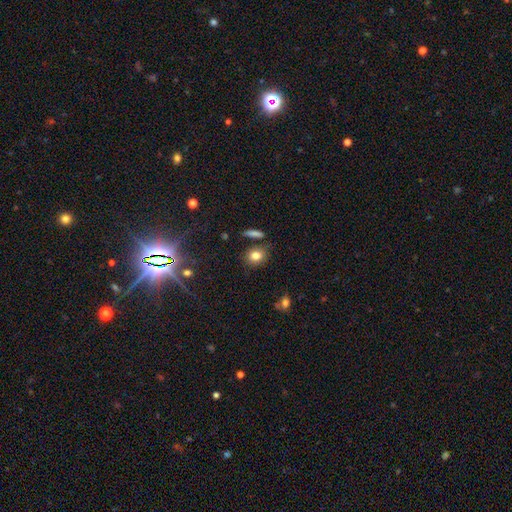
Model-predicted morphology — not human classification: A smooth galaxy with no disk features (81%) that is round (56%).

Vote fractions:
- Smooth or featured? smooth: 81% / star or artifact: 11% / featured or disk: 9%
- How rounded? round: 56% / in between: 42% / cigar-shaped: 2%
- Merging? none: 77% / minor disturbance: 13% / merger: 7% / major disturbance: 4%